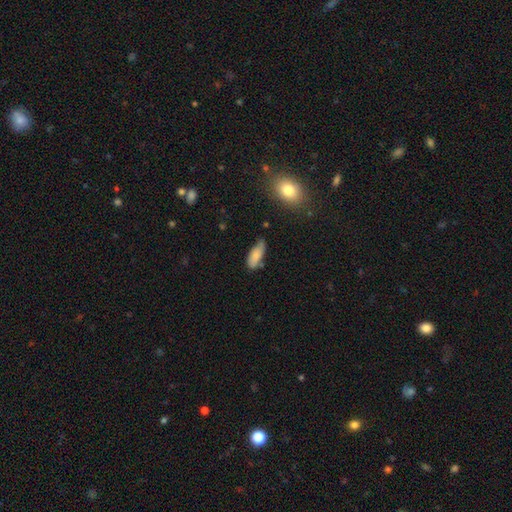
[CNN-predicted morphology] Q: Smooth or featured?
A: smooth (80%); runner-up: featured or disk (12%)
Q: How rounded?
A: in between (74%); runner-up: cigar-shaped (24%)
Q: Merging?
A: none (52%); runner-up: minor disturbance (34%)